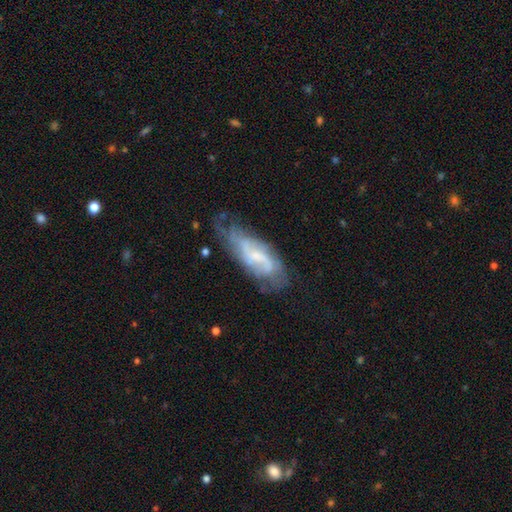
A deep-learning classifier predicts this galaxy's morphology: Q: Smooth or featured?
A: featured or disk (67%); runner-up: smooth (25%)
Q: Edge-on disk?
A: no (86%); runner-up: yes (14%)
Q: Bar?
A: weak (43%); runner-up: no (42%)
Q: Spiral arms?
A: yes (77%); runner-up: no (23%)
Q: Bulge size?
A: small (43%); runner-up: none (26%)
Q: Merging?
A: none (50%); runner-up: minor disturbance (29%)